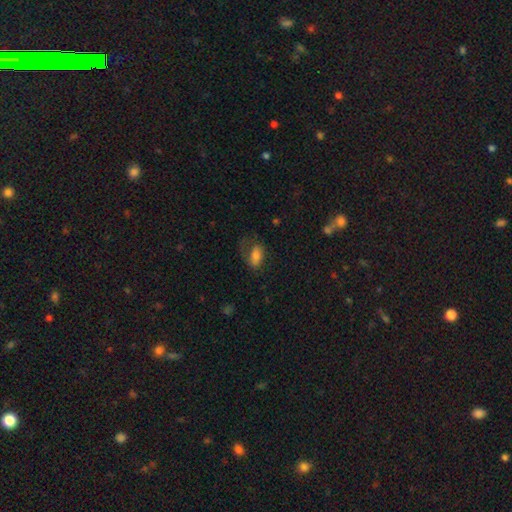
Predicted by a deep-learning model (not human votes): A smooth galaxy with no disk features (73%) that is in between round and cigar-shaped (88%). Merging: none (46%).